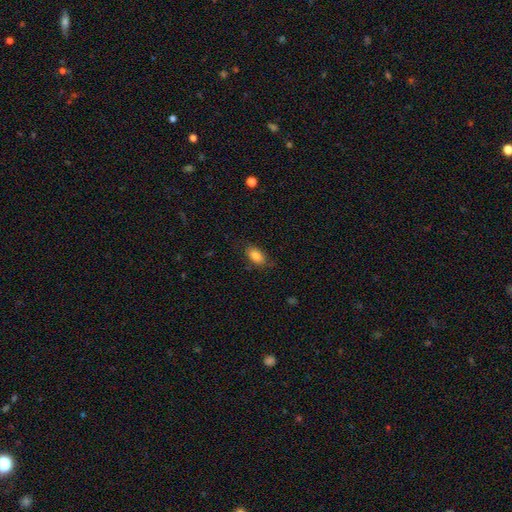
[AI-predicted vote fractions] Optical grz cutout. It shows a smooth galaxy with no disk features (85%) that is in between round and cigar-shaped (90%). Merging: none (80%).